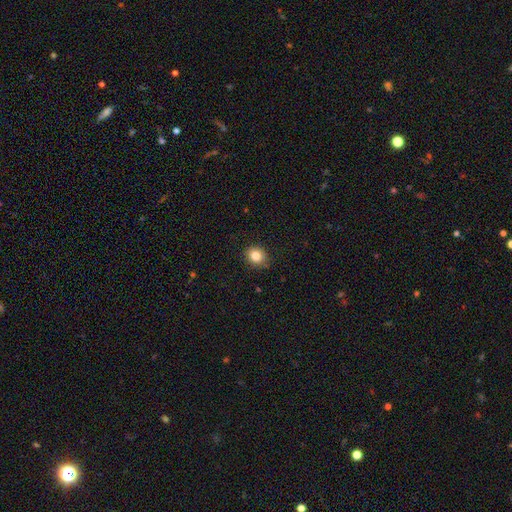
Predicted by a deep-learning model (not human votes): Smooth or featured? Predicted: smooth (p=0.83). How rounded? Predicted: round (p=0.76). Merging? Predicted: none (p=0.86).